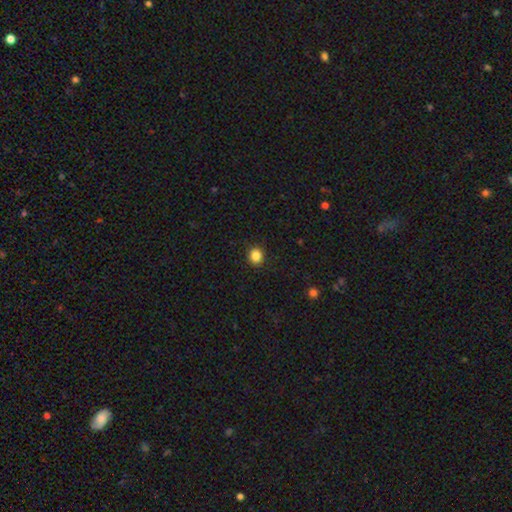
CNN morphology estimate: Smooth or featured? smooth (85%)
How rounded? round (83%)
Merging? none (91%)